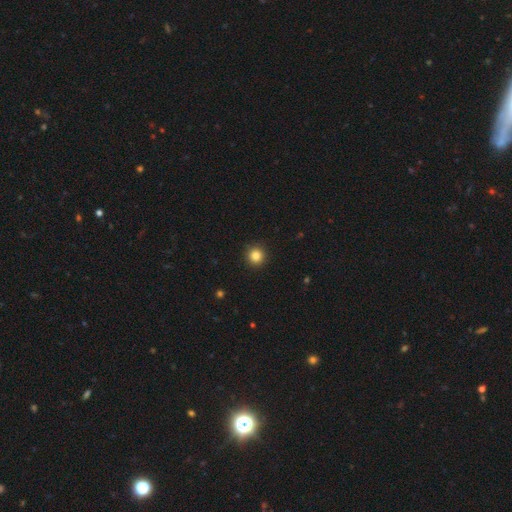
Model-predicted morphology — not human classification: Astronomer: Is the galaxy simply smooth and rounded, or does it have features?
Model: smooth — 84%.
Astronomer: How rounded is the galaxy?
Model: round — 95%.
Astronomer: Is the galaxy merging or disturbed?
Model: none — 92%.